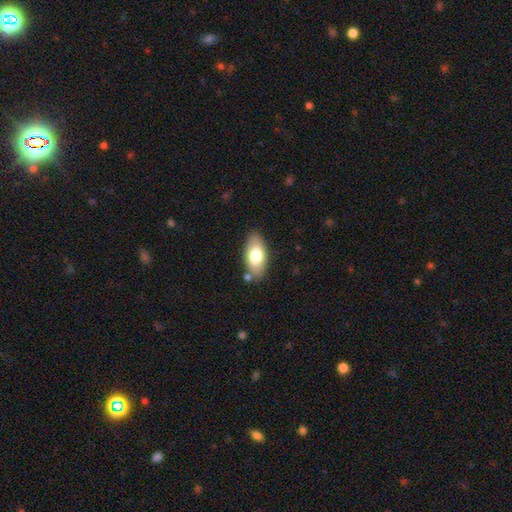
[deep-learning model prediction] Smooth or featured: smooth — 73% (featured or disk — 20%)
How rounded: in between — 90% (cigar-shaped — 7%)
Merging: none — 80% (minor disturbance — 12%)